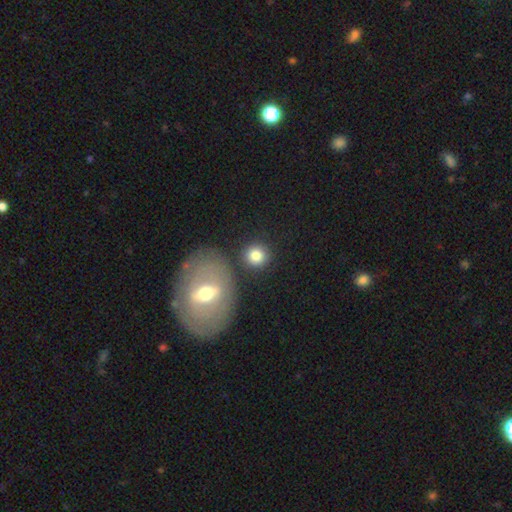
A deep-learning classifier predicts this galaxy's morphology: type=smooth (81%); roundness=round (88%); merging=none (80%).